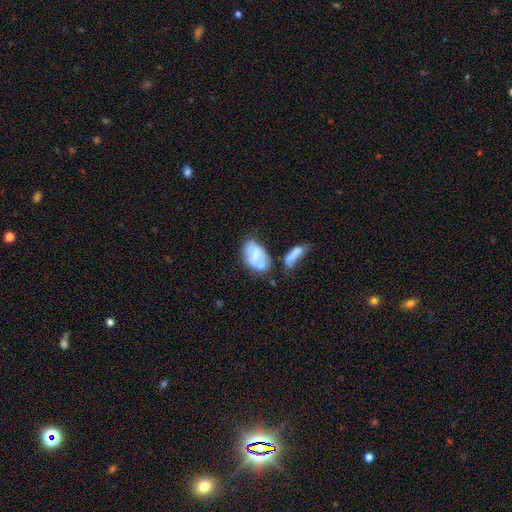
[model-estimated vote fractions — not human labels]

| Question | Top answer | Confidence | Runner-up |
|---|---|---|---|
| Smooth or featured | smooth | 63% | featured or disk (30%) |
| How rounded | in between | 92% | round (5%) |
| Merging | none | 37% | merger (26%) |